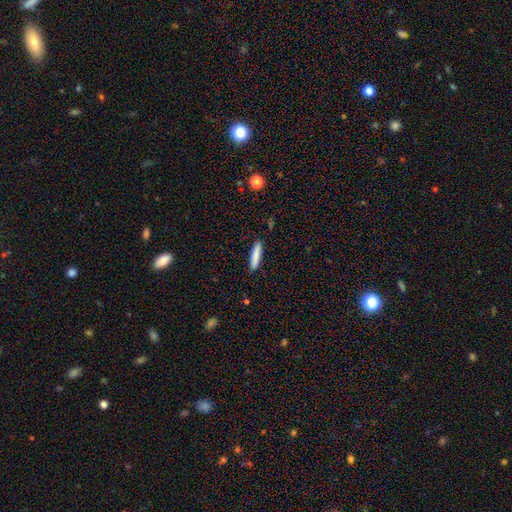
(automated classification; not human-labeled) Overall: smooth (85%). How rounded: cigar-shaped (89%). Merging: none (90%).